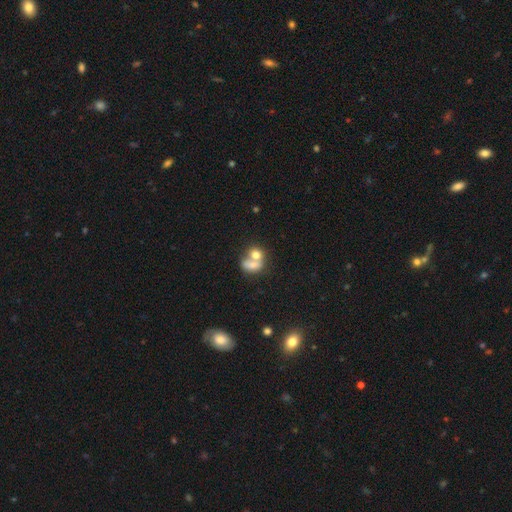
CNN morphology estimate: The model was most divided on "how rounded": in between: 51%, round: 47%, cigar-shaped: 2%. More confident: smooth or featured — smooth (68%); merging — merger (68%).